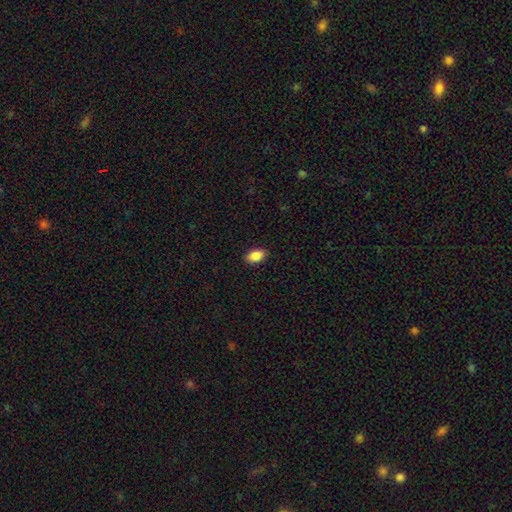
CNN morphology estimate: The model was most divided on "smooth or featured": smooth: 87%, star or artifact: 8%, featured or disk: 5%. More confident: how rounded — in between (90%); merging — none (89%).